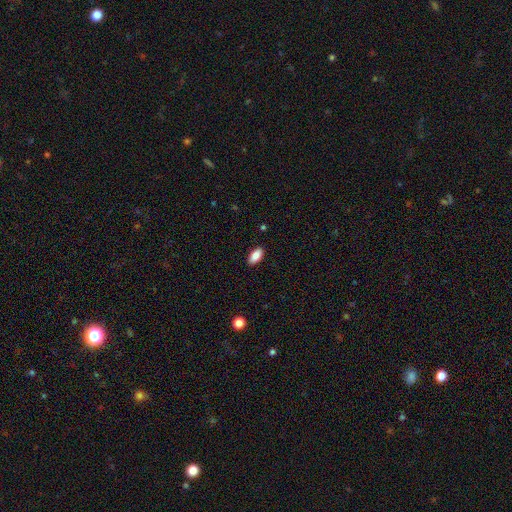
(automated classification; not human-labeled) A smooth galaxy with no disk features (86%) that is in between round and cigar-shaped (90%). Merging: none (89%).